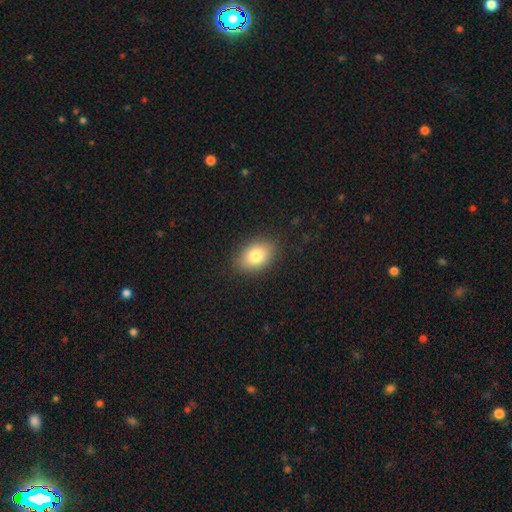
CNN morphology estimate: Q: Smooth or featured?
A: smooth (81%); runner-up: featured or disk (10%)
Q: How rounded?
A: in between (82%); runner-up: round (17%)
Q: Merging?
A: none (87%); runner-up: minor disturbance (10%)